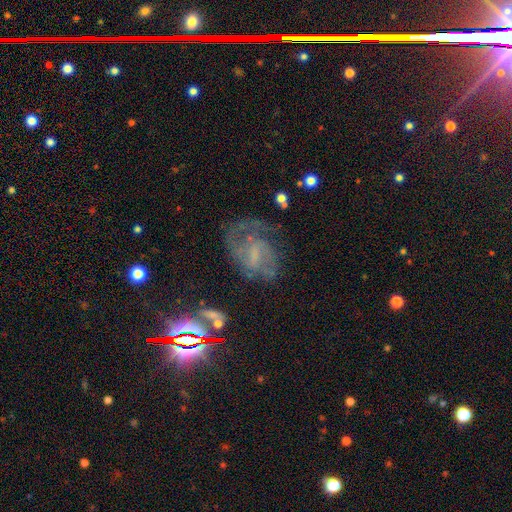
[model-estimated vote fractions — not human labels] smooth_or_featured: featured or disk (p=0.69) [alt: smooth p=0.18]
disk_edge_on: no (p=0.96) [alt: yes p=0.04]
bar: weak (p=0.47) [alt: no p=0.35]
has_spiral_arms: yes (p=0.81) [alt: no p=0.19]
spiral_winding: medium (p=0.45) [alt: tight p=0.30]
spiral_arm_count: 2 (p=0.45) [alt: can't tell p=0.26]
bulge_size: none (p=0.51) [alt: small p=0.25]
merging: none (p=0.48) [alt: major disturbance p=0.27]